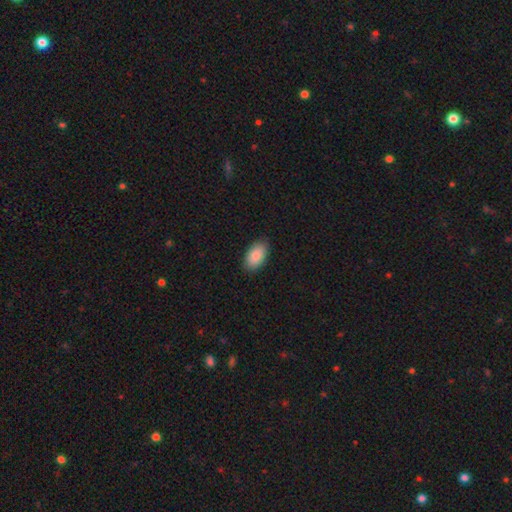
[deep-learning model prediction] This is clearly a smooth galaxy (86%). How rounded: clearly in between (94%). Merging: clearly none (88%).